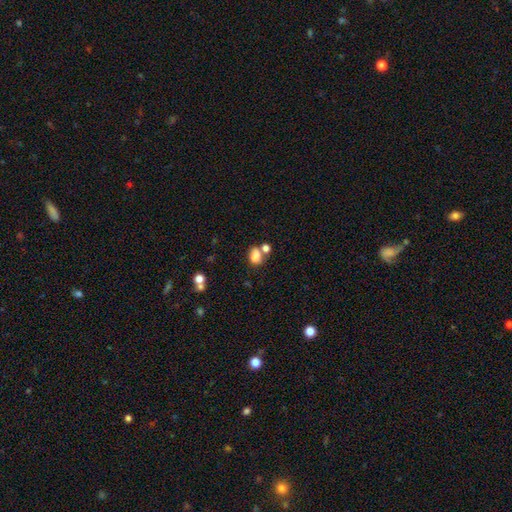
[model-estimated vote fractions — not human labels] Smooth or featured? Predicted: smooth (p=0.80). How rounded? Predicted: in between (p=0.72). Merging? Predicted: none (p=0.45).